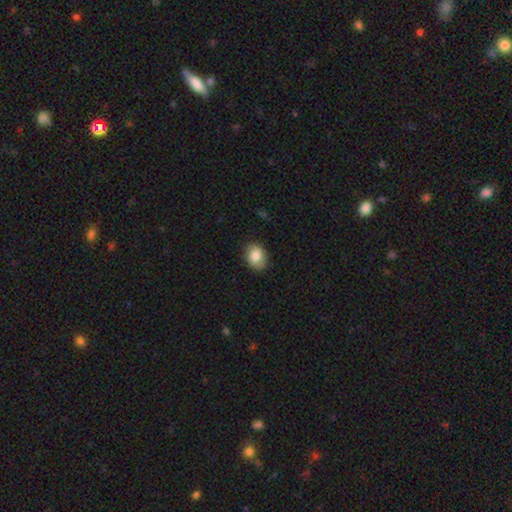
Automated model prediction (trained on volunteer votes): A smooth galaxy with no disk features (83%) that is in between round and cigar-shaped (65%).

Vote fractions:
- Smooth or featured? smooth: 83% / featured or disk: 10% / star or artifact: 7%
- How rounded? in between: 65% / round: 34% / cigar-shaped: 1%
- Merging? none: 82% / minor disturbance: 14% / major disturbance: 3% / merger: 1%